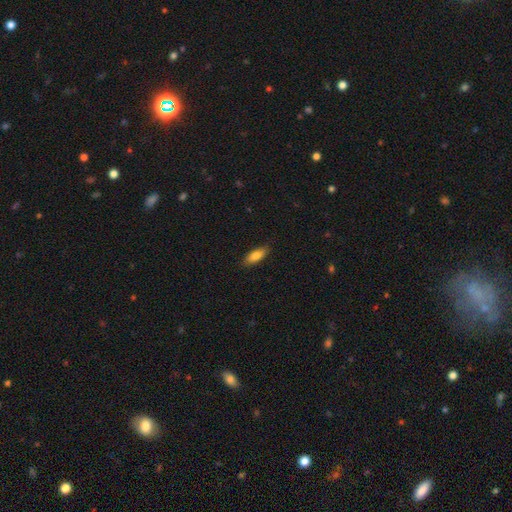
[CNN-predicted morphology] type=smooth (83%); roundness=in between (69%); merging=none (86%).